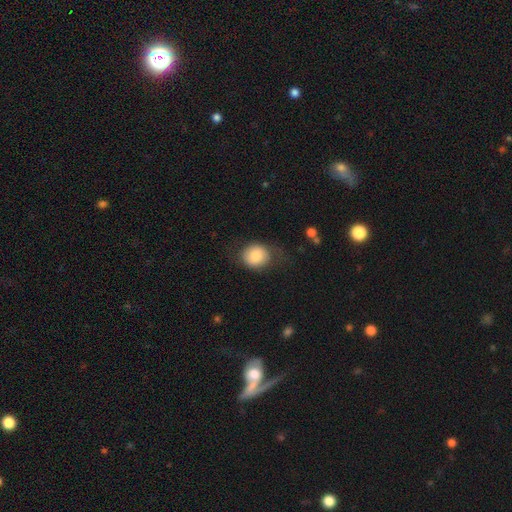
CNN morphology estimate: Smooth or featured? smooth (78%)
How rounded? round (71%)
Merging? none (64%)